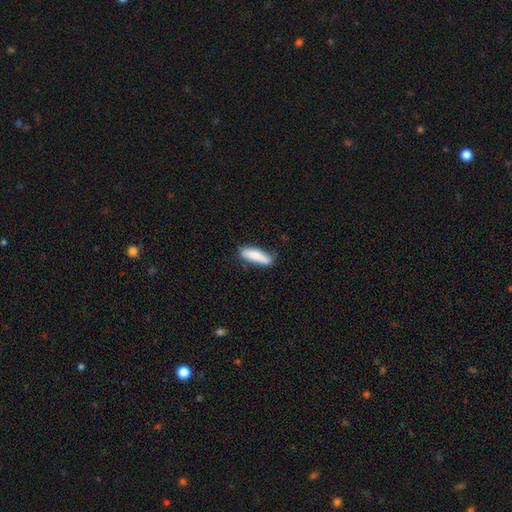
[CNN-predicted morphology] Overall: smooth (80%). How rounded: cigar-shaped (64%; in between 34%). Merging: none (77%).